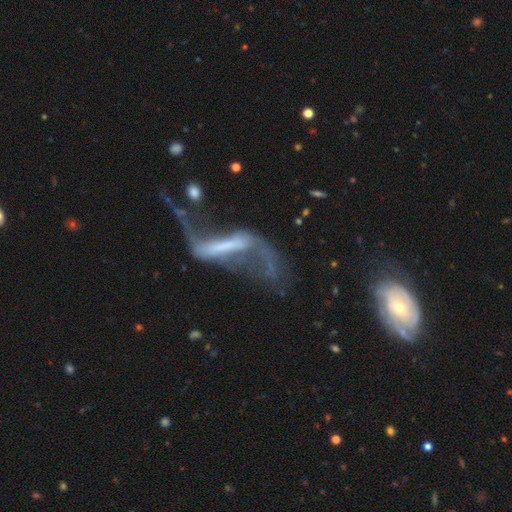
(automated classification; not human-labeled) This appears to be a featured or disk galaxy (81%) with a strong bar (52%), 2 (88%) loose (85%) spiral arms (81%) and no central bulge (43%). Merging: none (40%).